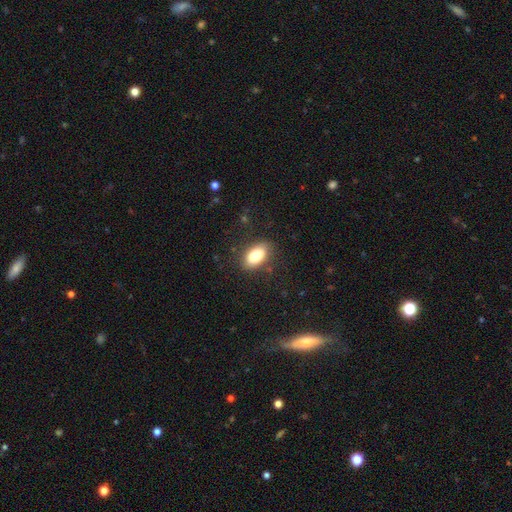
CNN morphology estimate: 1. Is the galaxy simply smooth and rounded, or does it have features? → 80% smooth, 12% featured or disk, 8% star or artifact.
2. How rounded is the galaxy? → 91% in between, 6% round, 3% cigar-shaped.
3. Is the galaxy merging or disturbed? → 84% none, 12% minor disturbance, 4% major disturbance, 1% merger.